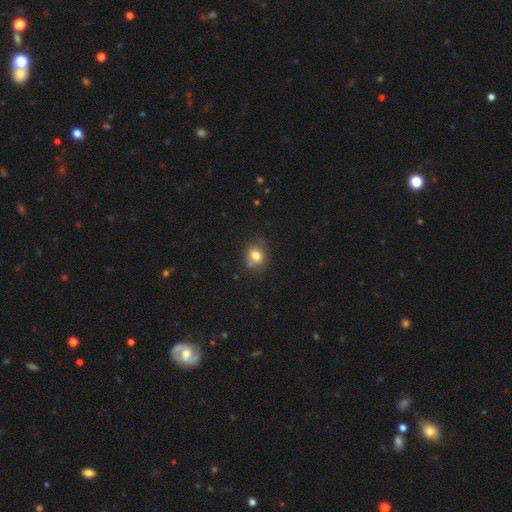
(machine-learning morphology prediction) smooth-or-featured: smooth: 79% | star or artifact: 11% | featured or disk: 10%
  how-rounded: round: 61% | in between: 38% | cigar-shaped: 1%
  merging: none: 68% | minor disturbance: 21% | merger: 6% | major disturbance: 5%